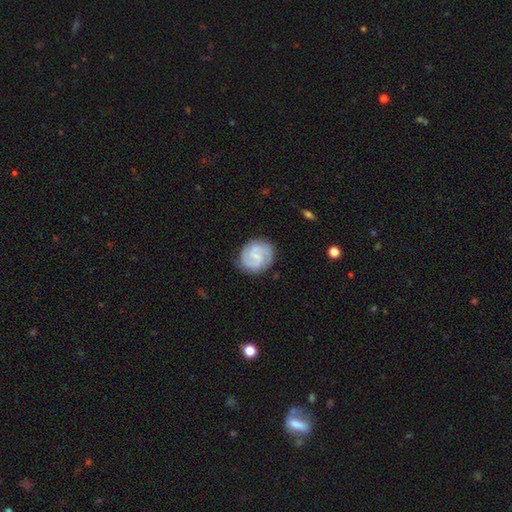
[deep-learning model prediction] Smooth or featured? featured or disk (79%)
Edge-on disk? no (98%)
Bar? weak (54%)
Spiral arms? yes (96%)
Spiral winding? medium (45%)
Spiral arm count? 2 (79%)
Bulge size? small (53%)
Merging? none (82%)